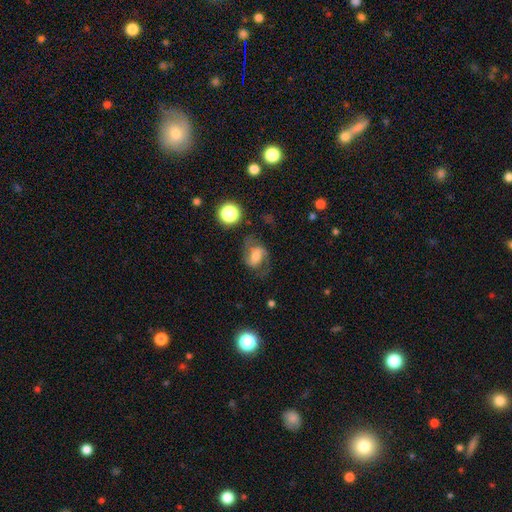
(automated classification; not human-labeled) featured or disk 61%, smooth 29%, star or artifact 11%. Down the decision tree: edge-on disk — no (96%); bar — weak (42%); spiral arms — yes (87%); spiral arm count — 2 (85%); spiral winding — medium (48%); bulge size — moderate (51%); merging — none (60%).